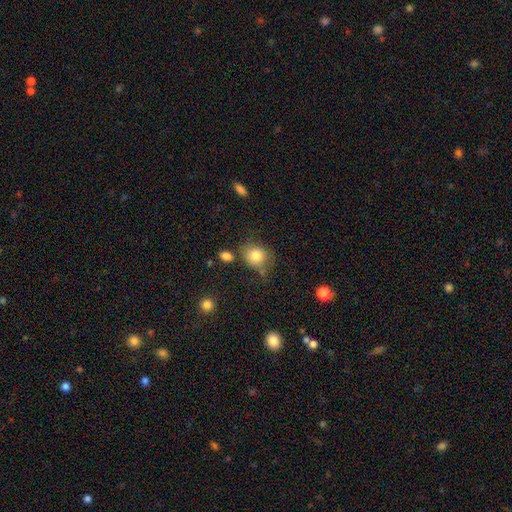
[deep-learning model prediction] A smooth galaxy with no disk features (82%) that is round (73%). Merging: none (63%).